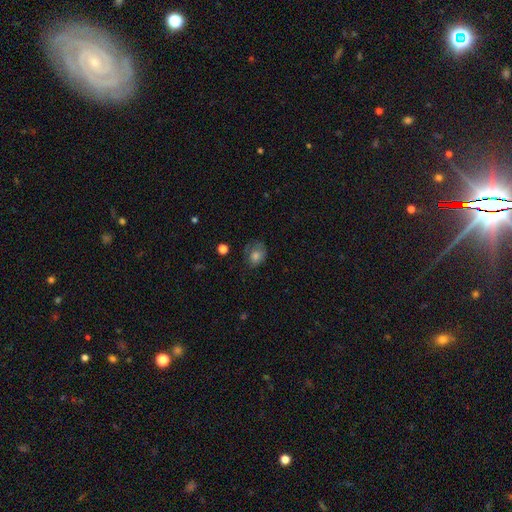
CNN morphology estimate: This appears to be a smooth galaxy with no disk features (68%) that is round (52%). Merging: none (58%).